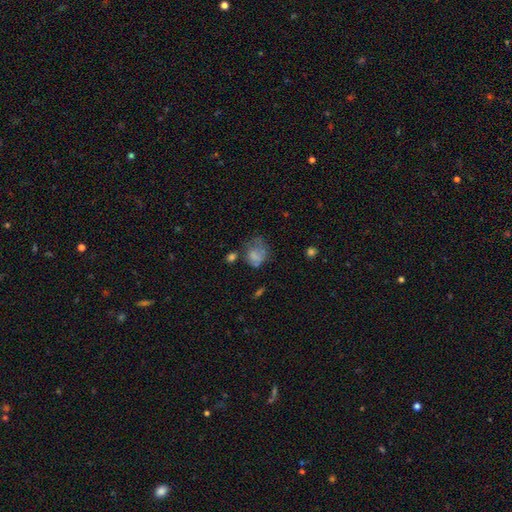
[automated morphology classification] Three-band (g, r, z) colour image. It shows a smooth galaxy with no disk features (67%) that is in between round and cigar-shaped (57%). Merging: major disturbance (34%).